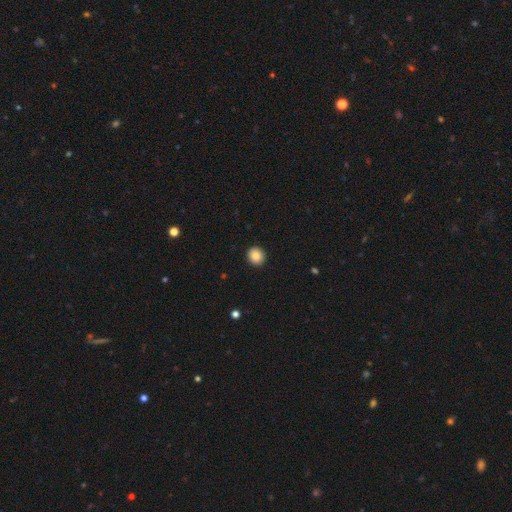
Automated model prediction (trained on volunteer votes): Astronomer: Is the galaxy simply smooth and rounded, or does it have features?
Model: smooth — 87%.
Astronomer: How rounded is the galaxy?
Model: round — 88%.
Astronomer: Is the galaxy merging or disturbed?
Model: none — 93%.